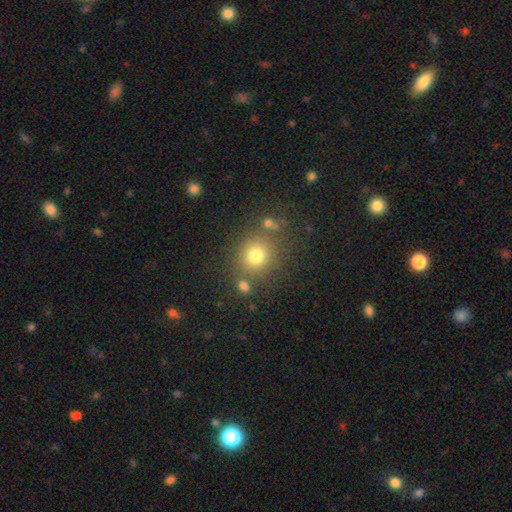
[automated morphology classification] smooth_or_featured: smooth (p=0.77) [alt: star or artifact p=0.14]
how_rounded: round (p=0.86) [alt: in between p=0.13]
merging: none (p=0.75) [alt: minor disturbance p=0.11]